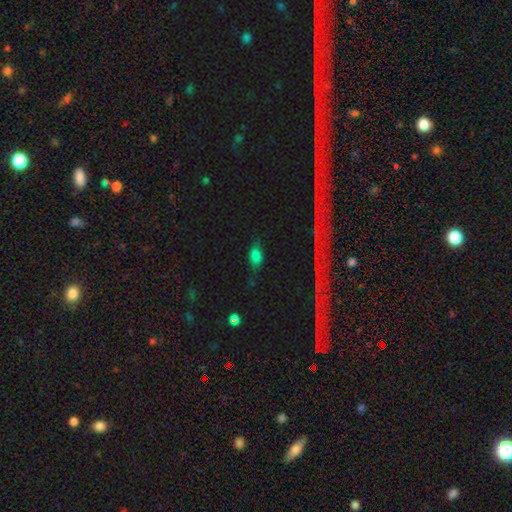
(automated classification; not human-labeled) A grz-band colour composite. It shows a smooth galaxy with no disk features (69%) that is in between round and cigar-shaped (83%). Merging: none (66%).